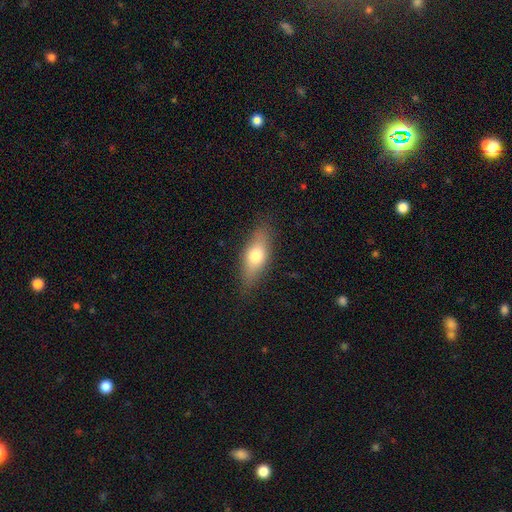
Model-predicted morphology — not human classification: Smooth or featured?
  - smooth: 67% *
  - featured or disk: 25%
  - star or artifact: 8%
How rounded?
  - in between: 72% *
  - cigar-shaped: 23%
  - round: 6%
Merging?
  - none: 82% *
  - minor disturbance: 13%
  - major disturbance: 4%
  - merger: 1%